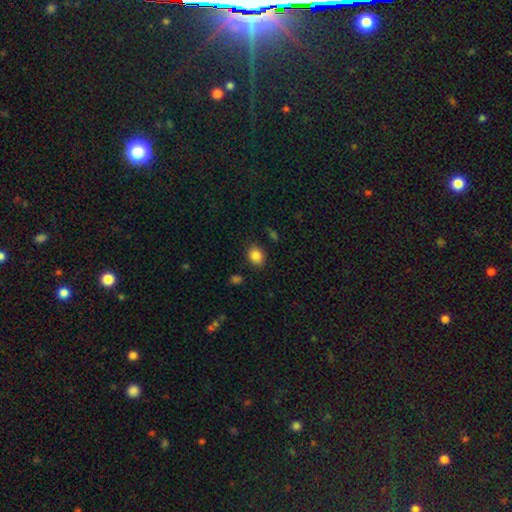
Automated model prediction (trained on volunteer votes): A smooth galaxy with no disk features (85%) that is round (51%).

Vote fractions:
- Smooth or featured? smooth: 85% / star or artifact: 10% / featured or disk: 5%
- How rounded? round: 51% / in between: 48% / cigar-shaped: 1%
- Merging? none: 81% / minor disturbance: 14% / major disturbance: 3% / merger: 2%